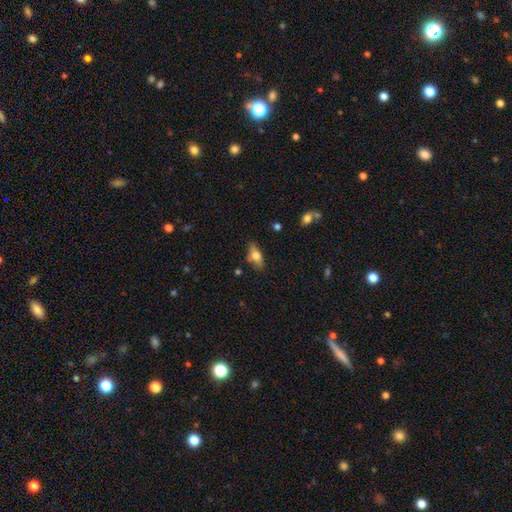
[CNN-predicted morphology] The model was most divided on "smooth or featured": smooth: 64%, featured or disk: 28%, star or artifact: 8%. More confident: how rounded — in between (77%); merging — none (75%).